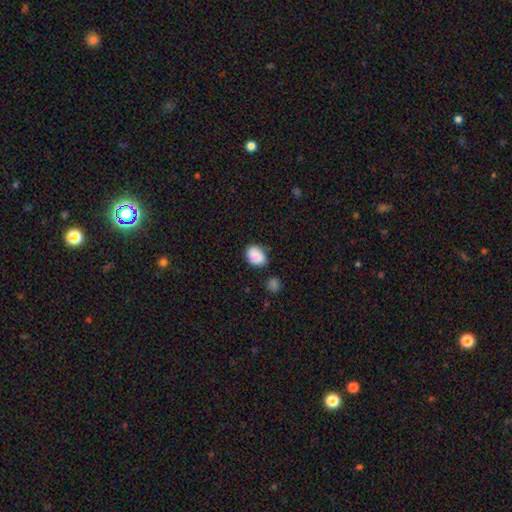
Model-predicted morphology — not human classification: The model was most divided on "how rounded": in between: 73%, round: 26%, cigar-shaped: 1%. More confident: smooth or featured — smooth (89%); merging — none (71%).